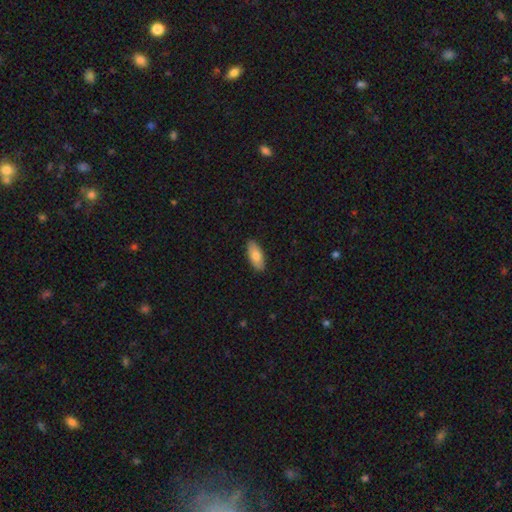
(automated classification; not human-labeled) Morphology: type=smooth (79%); roundness=in between (85%); merging=none (89%).